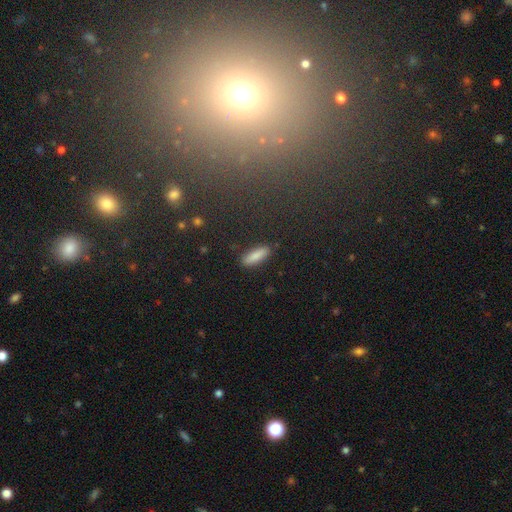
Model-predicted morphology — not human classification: Smooth or featured: smooth — 87% (star or artifact — 7%)
How rounded: cigar-shaped — 50% (in between — 48%)
Merging: none — 86% (minor disturbance — 10%)